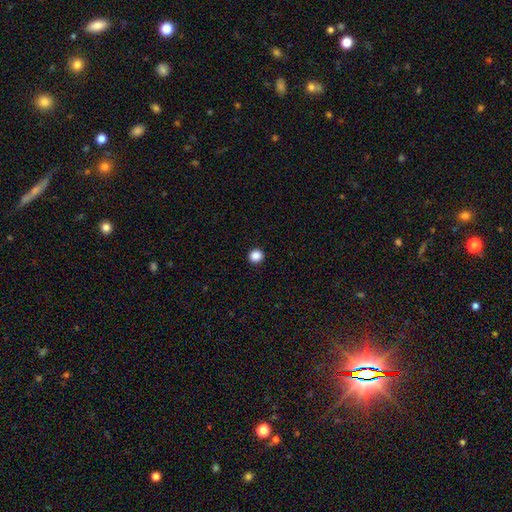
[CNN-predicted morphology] Smooth or featured? Predicted: smooth (p=0.87). How rounded? Predicted: round (p=0.94). Merging? Predicted: none (p=0.94).